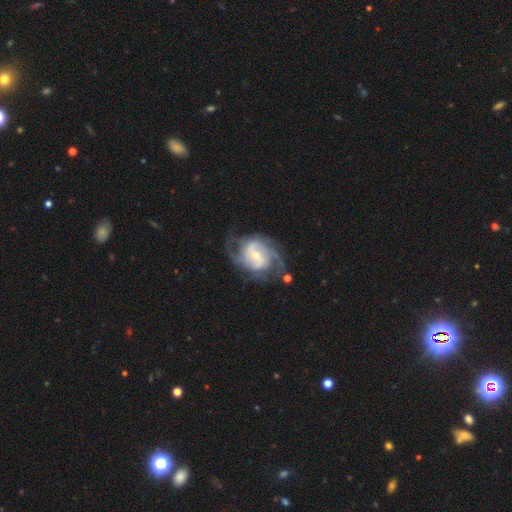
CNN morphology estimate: Smooth or featured: featured or disk — 85% (smooth — 9%)
Edge-on disk: no — 97% (yes — 3%)
Bar: no — 46% (weak — 40%)
Spiral arms: yes — 93% (no — 7%)
Spiral winding: medium — 46% (tight — 36%)
Spiral arm count: 2 — 51% (can't tell — 20%)
Bulge size: small — 50% (moderate — 44%)
Merging: none — 61% (minor disturbance — 19%)